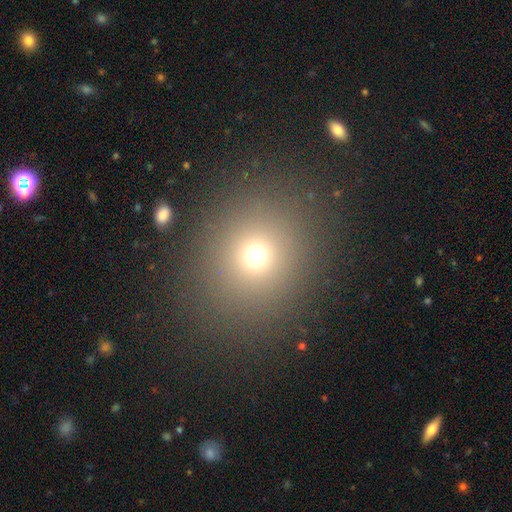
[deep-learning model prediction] This appears to be a smooth galaxy with no disk features (69%) that is round (85%). Merging: none (87%).